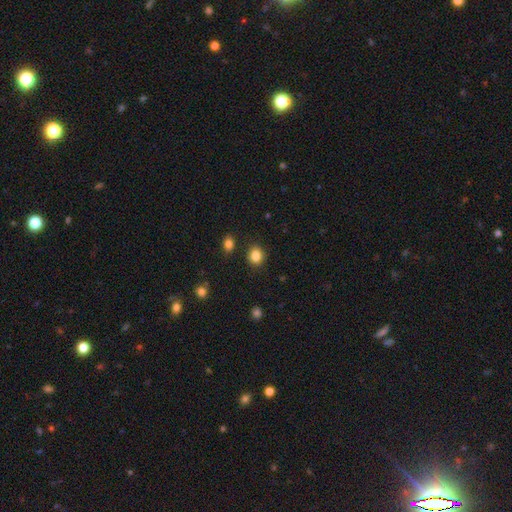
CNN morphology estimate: Smooth or featured? smooth (84%)
How rounded? round (66%)
Merging? none (85%)